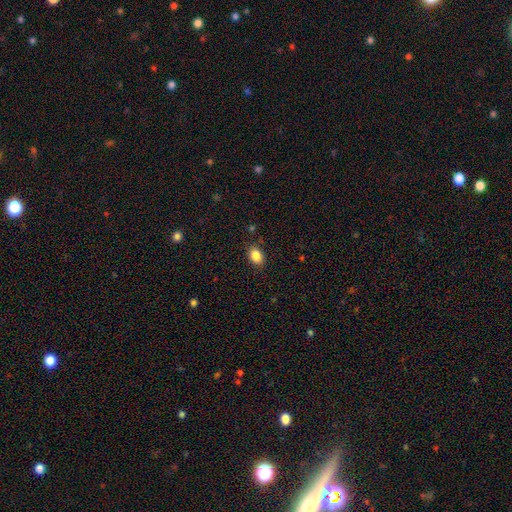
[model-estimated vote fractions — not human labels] smooth-or-featured: smooth: 86% | star or artifact: 9% | featured or disk: 5%
  how-rounded: in between: 74% | round: 24% | cigar-shaped: 1%
  merging: none: 86% | minor disturbance: 10% | major disturbance: 3% | merger: 1%